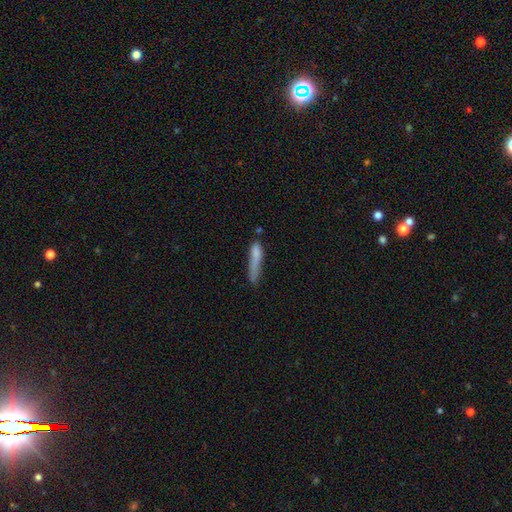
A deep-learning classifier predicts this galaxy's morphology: This is likely a smooth galaxy (71%). How rounded: clearly cigar-shaped (85%). Merging: marginally none (41%).